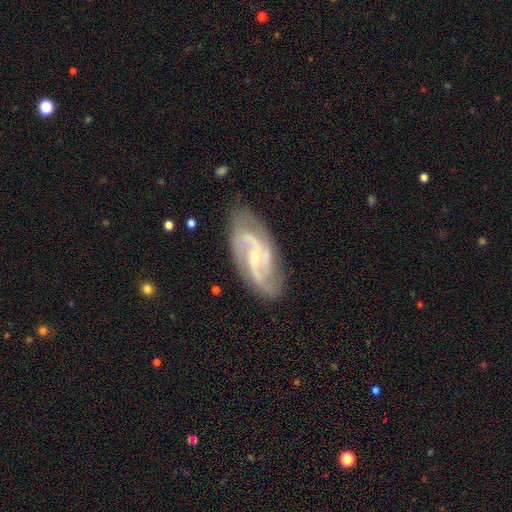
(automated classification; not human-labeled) smooth-or-featured: featured or disk: 89% | smooth: 6% | star or artifact: 5%
  disk-edge-on: no: 95% | yes: 5%
    bar: weak: 47% | no: 37% | strong: 16%
    has-spiral-arms: yes: 97% | no: 3%
      spiral-winding: medium: 52% | loose: 27% | tight: 21%
      spiral-arm-count: 2: 70% | 3: 14% | can't tell: 7% | 4: 3% | 1: 3% | more than 4: 3%
    bulge-size: small: 68% | moderate: 28% | none: 2% | large: 1% | dominant: 1%
  merging: none: 77% | minor disturbance: 16% | major disturbance: 5% | merger: 2%